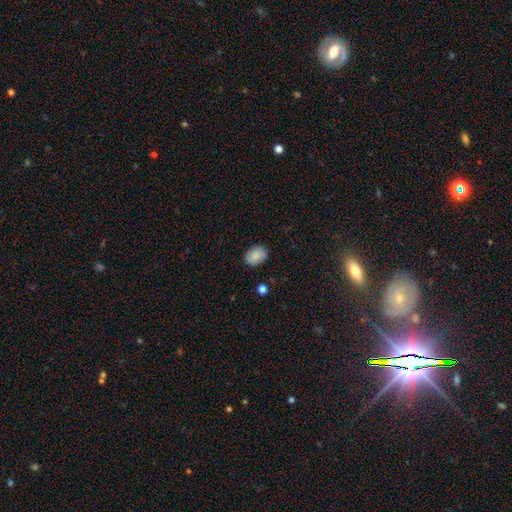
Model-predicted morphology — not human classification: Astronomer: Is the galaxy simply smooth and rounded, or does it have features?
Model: smooth — 88%.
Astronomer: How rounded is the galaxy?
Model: in between — 82%.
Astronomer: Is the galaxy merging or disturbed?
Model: none — 88%.